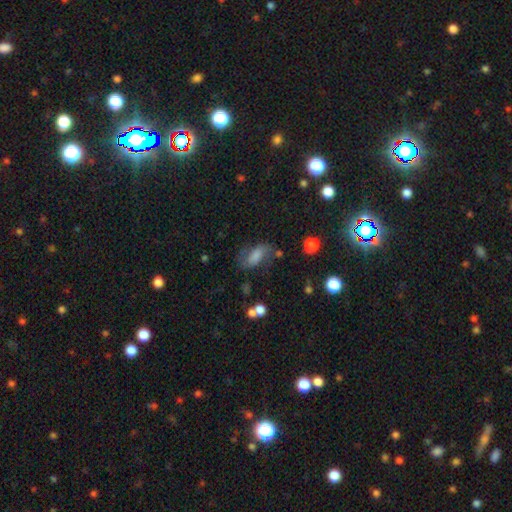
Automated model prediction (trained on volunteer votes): Overall: smooth (60%; featured or disk 29%). How rounded: in between (85%). Merging: none (56%; minor disturbance 24%).